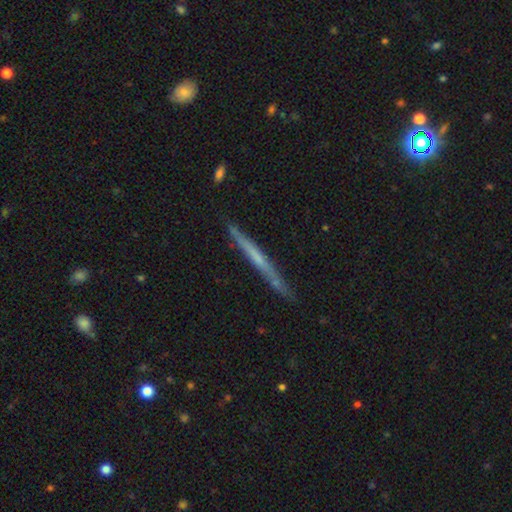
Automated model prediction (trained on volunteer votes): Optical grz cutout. It shows a featured or disk galaxy (56%) viewed edge-on (97%) with no central bulge (82%). Merging: none (85%).